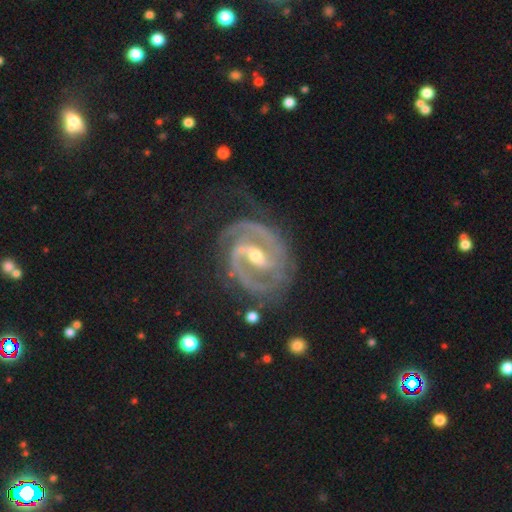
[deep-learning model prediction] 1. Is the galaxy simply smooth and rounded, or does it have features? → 92% featured or disk, 5% star or artifact, 3% smooth.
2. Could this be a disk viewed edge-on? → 98% no, 2% yes.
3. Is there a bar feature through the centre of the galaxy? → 45% strong, 41% weak, 14% no.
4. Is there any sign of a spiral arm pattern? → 98% yes, 2% no.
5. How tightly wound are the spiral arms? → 50% tight, 43% medium, 7% loose.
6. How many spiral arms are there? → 81% 2, 8% 3, 4% can't tell, 2% 1, 2% 4, 2% more than 4.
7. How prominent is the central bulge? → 57% moderate, 39% small, 2% large, 1% none, 1% dominant.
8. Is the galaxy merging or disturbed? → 70% none, 19% minor disturbance, 9% major disturbance, 3% merger.